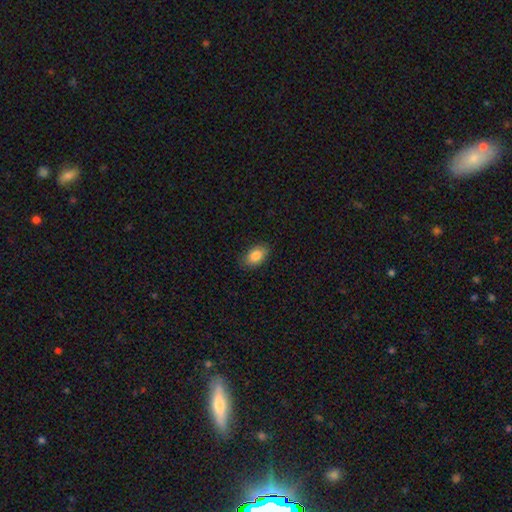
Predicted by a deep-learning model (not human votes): Overall: smooth (84%). How rounded: in between (91%). Merging: none (83%).